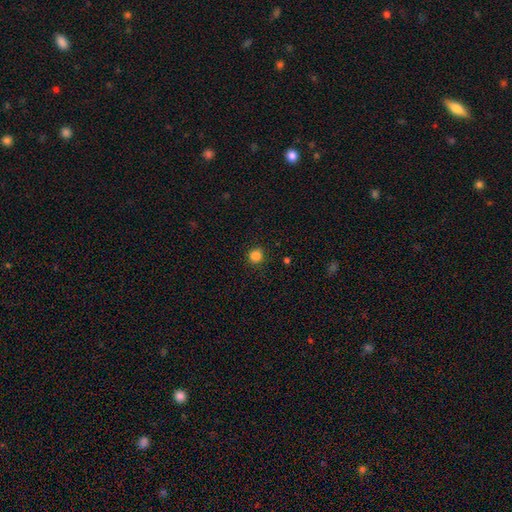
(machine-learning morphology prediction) smooth_or_featured: smooth (p=0.84) [alt: star or artifact p=0.13]
how_rounded: round (p=0.90) [alt: in between p=0.09]
merging: none (p=0.88) [alt: minor disturbance p=0.08]